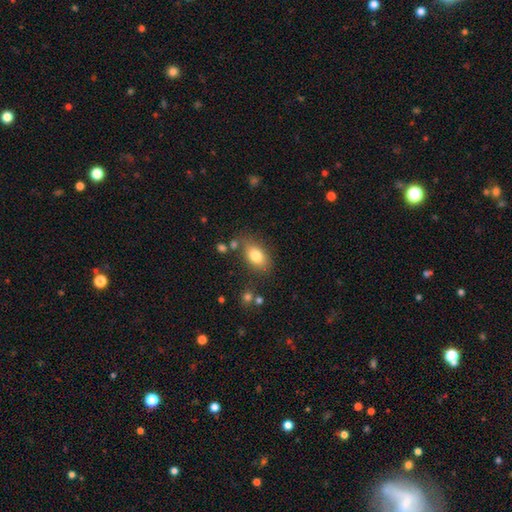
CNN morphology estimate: Smooth or featured?
  - smooth: 81% *
  - featured or disk: 11%
  - star or artifact: 8%
How rounded?
  - in between: 88% *
  - round: 9%
  - cigar-shaped: 3%
Merging?
  - none: 73% *
  - minor disturbance: 16%
  - merger: 6%
  - major disturbance: 5%